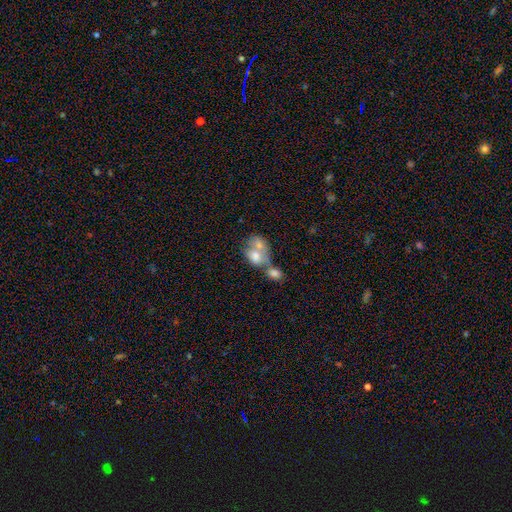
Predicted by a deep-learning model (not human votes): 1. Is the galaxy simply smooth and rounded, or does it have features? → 63% smooth, 28% featured or disk, 9% star or artifact.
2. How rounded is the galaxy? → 62% in between, 37% round, 1% cigar-shaped.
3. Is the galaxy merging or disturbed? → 70% merger, 15% none, 8% minor disturbance, 8% major disturbance.